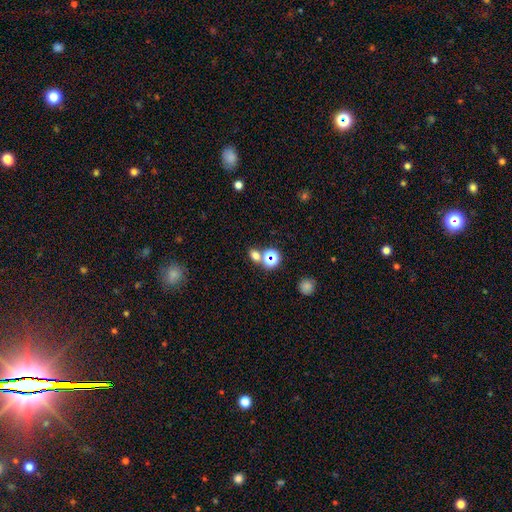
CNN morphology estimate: Smooth or featured? smooth (62%)
How rounded? in between (53%)
Merging? none (66%)